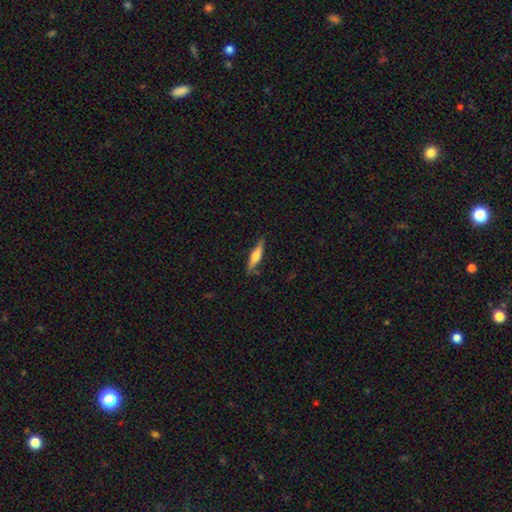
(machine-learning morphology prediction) This appears to be a featured or disk galaxy (52%) viewed edge-on (96%). Merging: none (85%).